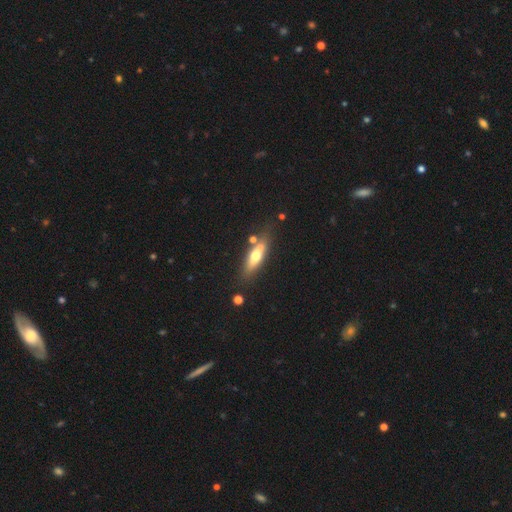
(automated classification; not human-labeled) This appears to be a smooth galaxy with no disk features (52%) that is cigar-shaped (57%). Merging: none (66%).